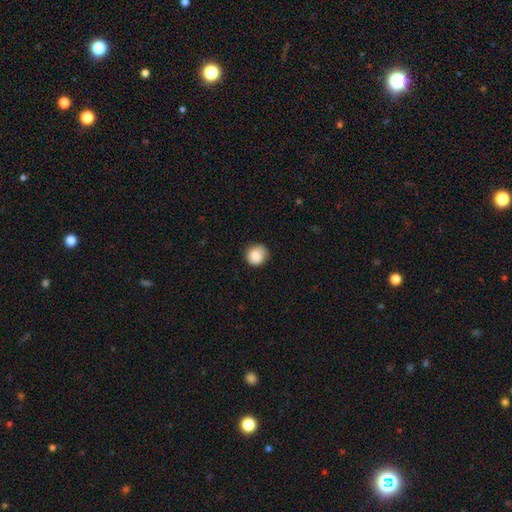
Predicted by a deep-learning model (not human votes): Smooth or featured? smooth (87%)
How rounded? round (88%)
Merging? none (80%)